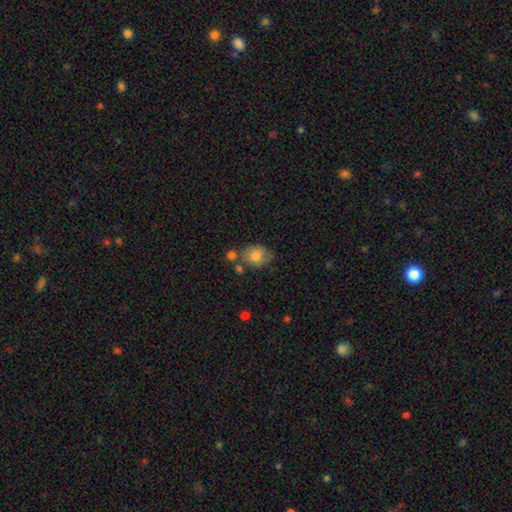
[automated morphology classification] Q: Smooth or featured?
A: smooth (77%); runner-up: featured or disk (14%)
Q: How rounded?
A: in between (52%); runner-up: round (47%)
Q: Merging?
A: none (57%); runner-up: minor disturbance (22%)